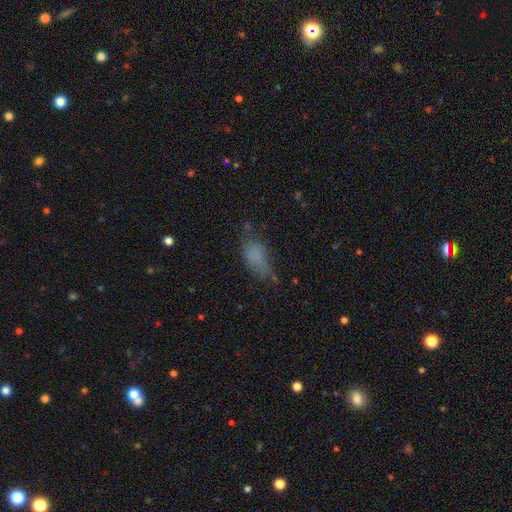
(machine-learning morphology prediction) smooth 71%, featured or disk 15%, star or artifact 14%. Down the decision tree: how rounded — in between (83%); merging — none (43%).